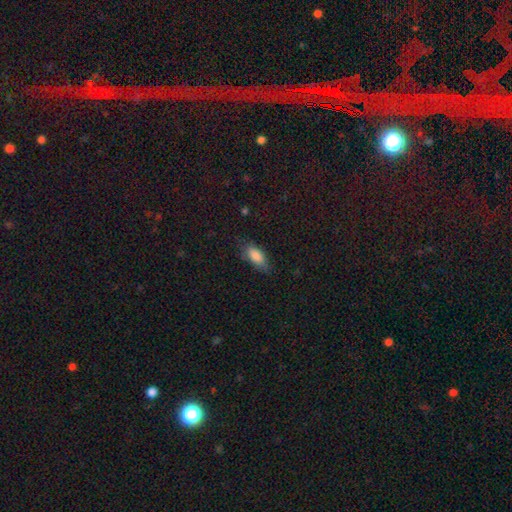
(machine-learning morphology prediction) A smooth galaxy with no disk features (84%) that is in between round and cigar-shaped (85%). Merging: none (69%).